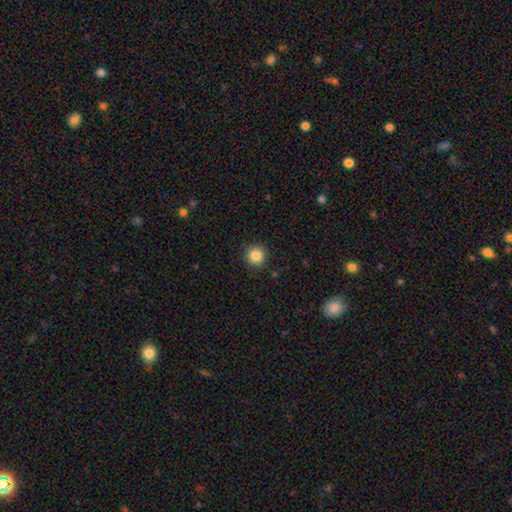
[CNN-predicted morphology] Smooth or featured?
  - smooth: 86% *
  - star or artifact: 10%
  - featured or disk: 4%
How rounded?
  - round: 94% *
  - in between: 5%
  - cigar-shaped: 1%
Merging?
  - none: 91% *
  - minor disturbance: 6%
  - major disturbance: 2%
  - merger: 1%